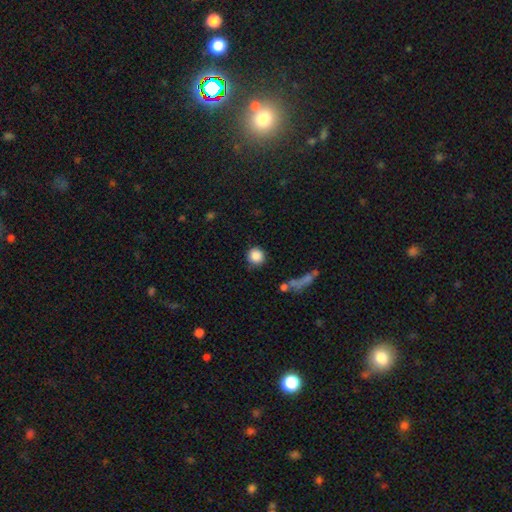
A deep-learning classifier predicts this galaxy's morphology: Smooth or featured? smooth (86%)
How rounded? round (94%)
Merging? none (83%)